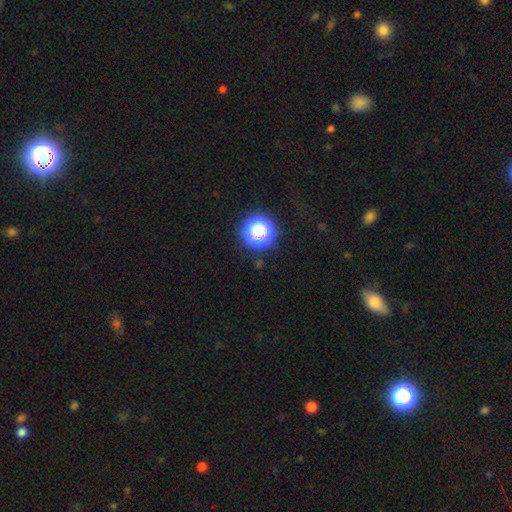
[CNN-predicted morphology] A star or artifact, not a galaxy (68%).

Vote fractions:
- Smooth or featured? star or artifact: 68% / smooth: 24% / featured or disk: 8%